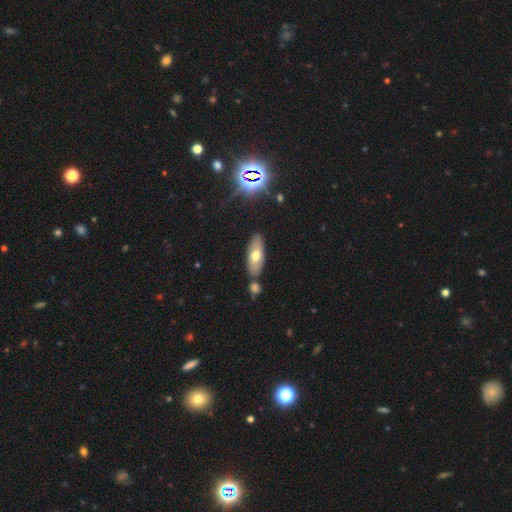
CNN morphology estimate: Smooth or featured? smooth (61%)
How rounded? in between (75%)
Merging? none (76%)